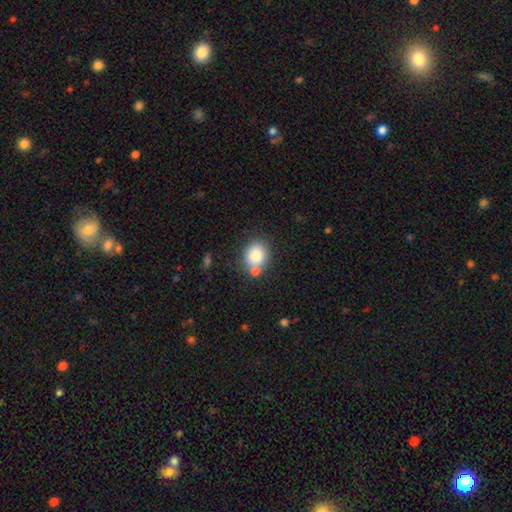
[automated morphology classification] This appears to be a smooth galaxy with no disk features (83%) that is round (53%). Merging: none (65%).